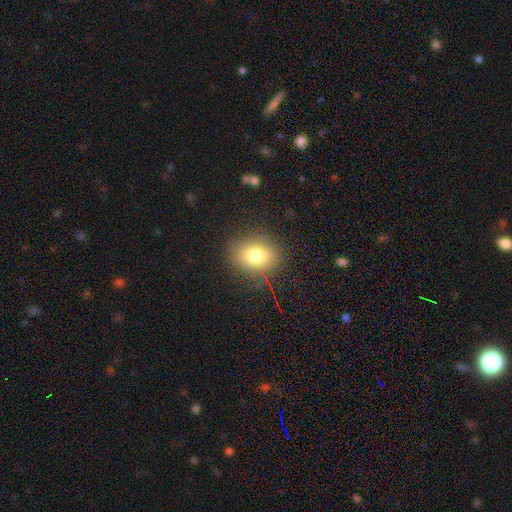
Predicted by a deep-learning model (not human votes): This is likely a smooth galaxy (77%). How rounded: possibly round (55%). Merging: clearly none (83%).